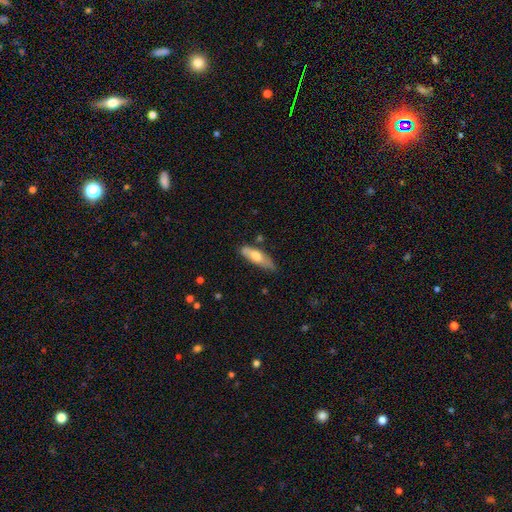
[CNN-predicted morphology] type=smooth (62%); roundness=cigar-shaped (51%); merging=none (66%).